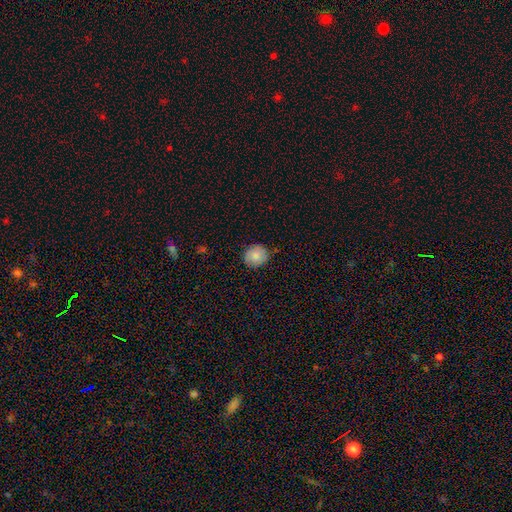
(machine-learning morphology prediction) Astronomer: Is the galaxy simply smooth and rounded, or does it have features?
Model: smooth — 83%.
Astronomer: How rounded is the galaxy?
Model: round — 85%.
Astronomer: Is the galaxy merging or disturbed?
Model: none — 85%.